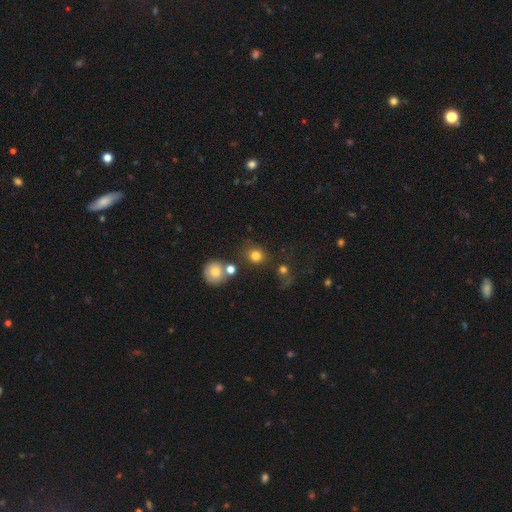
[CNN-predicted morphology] Smooth or featured? Predicted: smooth (p=0.79). How rounded? Predicted: round (p=0.84). Merging? Predicted: none (p=0.72).